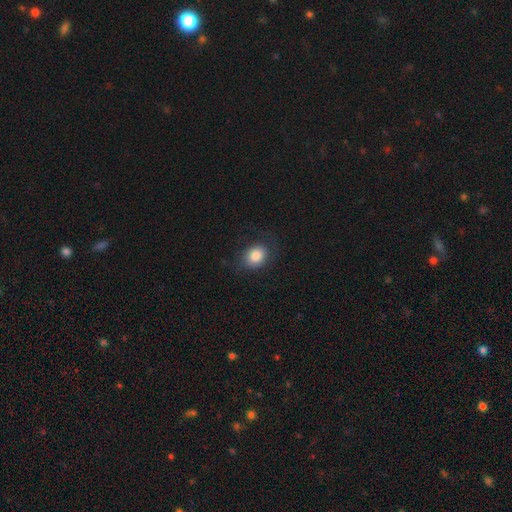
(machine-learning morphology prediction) Smooth or featured? Predicted: smooth (p=0.83). How rounded? Predicted: in between (p=0.50). Merging? Predicted: none (p=0.76).